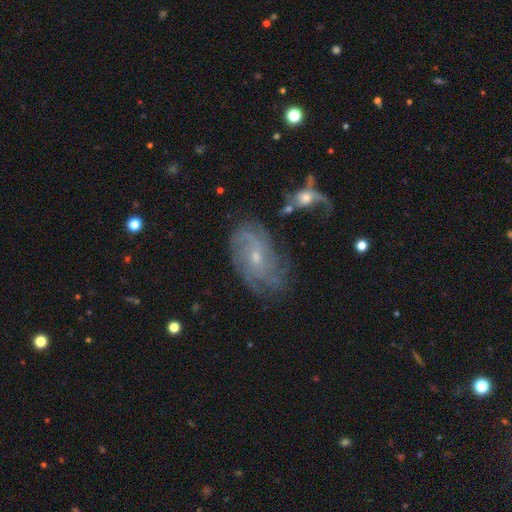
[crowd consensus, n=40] This is clearly a featured or disk galaxy (90%). It is clearly not viewed edge-on (94%). Bar: likely no (68%). Spiral arm pattern: clearly yes (100%). Spiral arm count: marginally can't tell (29%). Spiral winding: likely tight (68%). Central bulge: likely small (62%). Merging: likely none (60%).